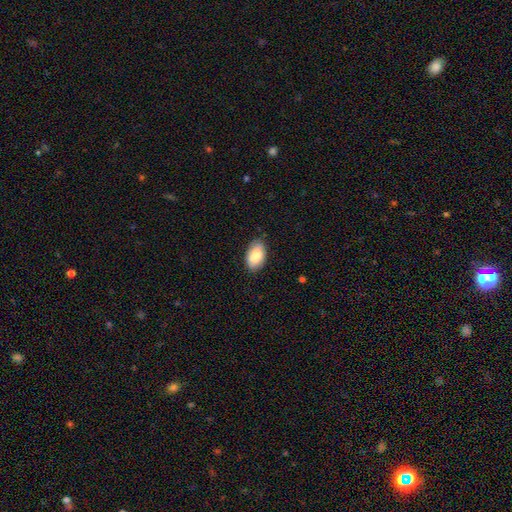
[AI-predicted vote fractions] smooth_or_featured: smooth (p=0.81) [alt: featured or disk p=0.13]
how_rounded: in between (p=0.93) [alt: round p=0.06]
merging: none (p=0.81) [alt: minor disturbance p=0.15]